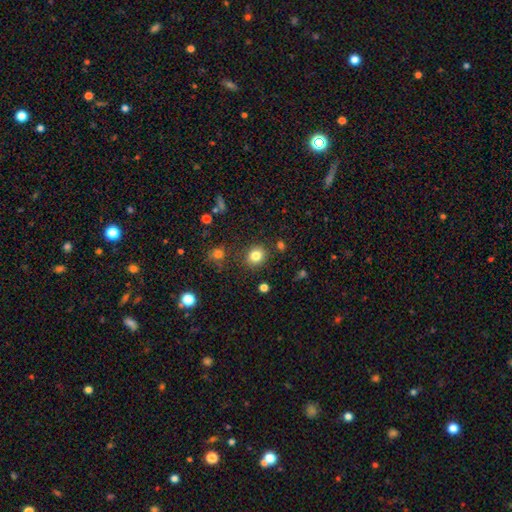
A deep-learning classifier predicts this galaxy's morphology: This appears to be a smooth galaxy with no disk features (82%) that is round (77%). Merging: none (85%).